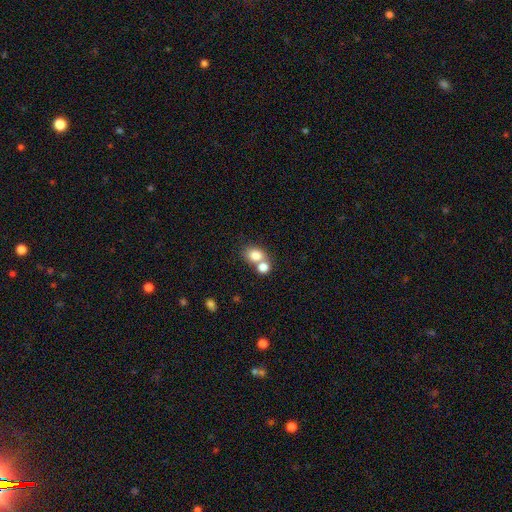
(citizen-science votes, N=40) smooth_or_featured: smooth (p=0.95) [alt: featured or disk p=0.03]
how_rounded: round (p=0.61) [alt: in between p=0.39]
merging: none (p=0.54) [alt: merger p=0.44]